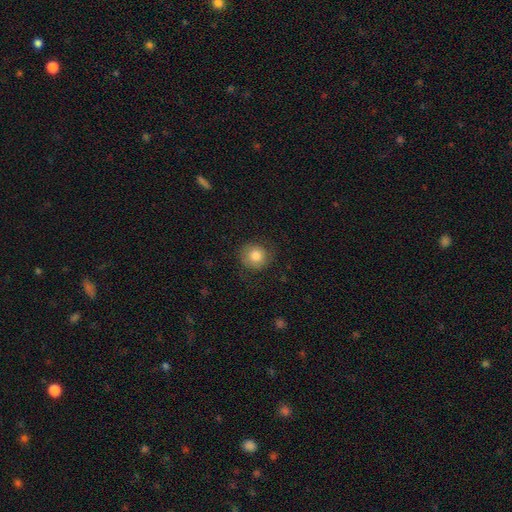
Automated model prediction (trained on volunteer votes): Q: Smooth or featured?
A: smooth (78%); runner-up: featured or disk (13%)
Q: How rounded?
A: round (90%); runner-up: in between (9%)
Q: Merging?
A: none (76%); runner-up: minor disturbance (15%)